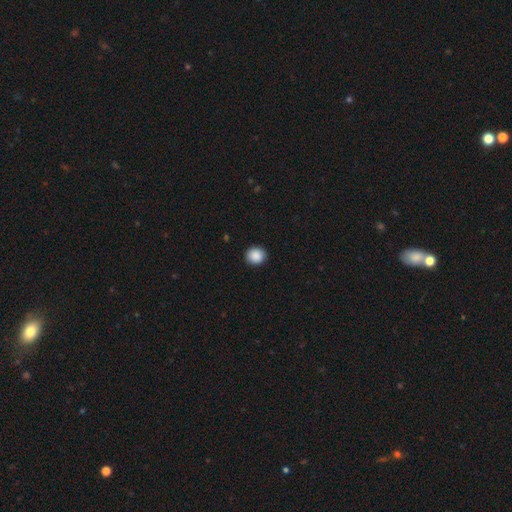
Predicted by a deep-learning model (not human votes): smooth-or-featured: smooth: 89% | star or artifact: 8% | featured or disk: 2%
  how-rounded: round: 89% | in between: 10% | cigar-shaped: 1%
  merging: none: 92% | minor disturbance: 6% | major disturbance: 2% | merger: 1%